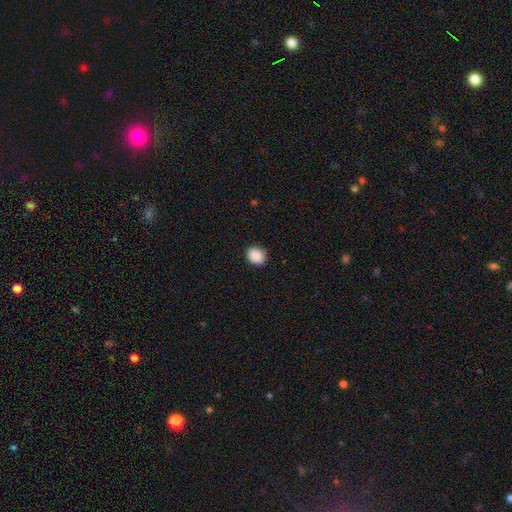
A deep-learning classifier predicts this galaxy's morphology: This is clearly a smooth galaxy (89%). How rounded: likely round (63%). Merging: clearly none (89%).